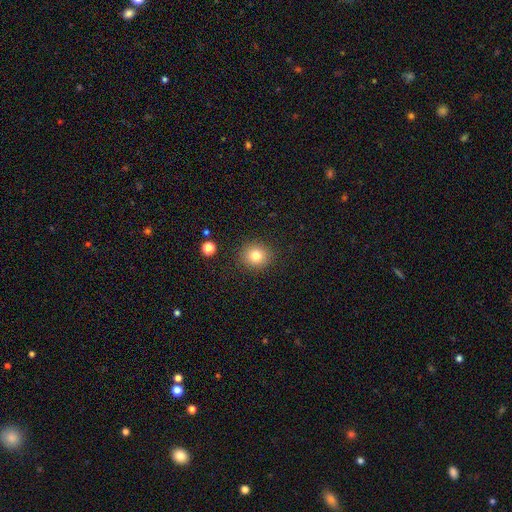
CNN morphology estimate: A smooth galaxy with no disk features (79%) that is round (86%). Merging: none (89%).